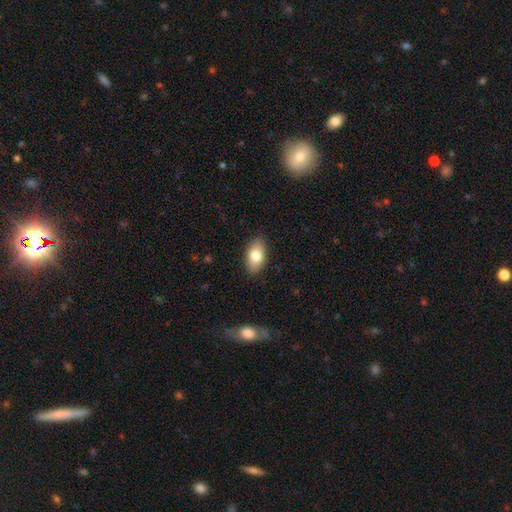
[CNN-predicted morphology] Smooth or featured? smooth (78%)
How rounded? in between (92%)
Merging? none (88%)